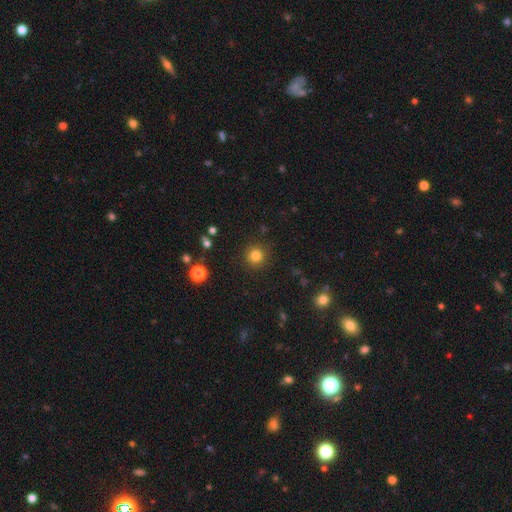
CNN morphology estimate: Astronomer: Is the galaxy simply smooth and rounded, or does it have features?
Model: smooth — 82%.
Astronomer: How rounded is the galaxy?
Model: round — 94%.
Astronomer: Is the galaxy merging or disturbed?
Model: none — 91%.